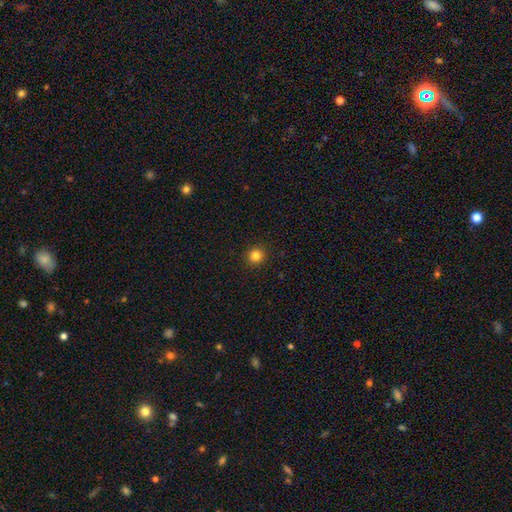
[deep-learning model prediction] This is clearly a smooth galaxy (82%). How rounded: clearly round (93%). Merging: clearly none (92%).